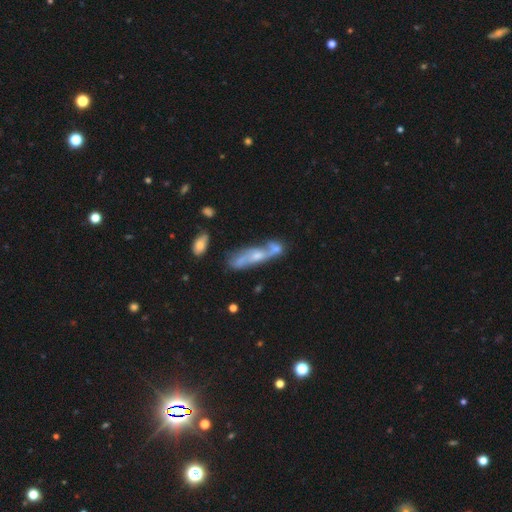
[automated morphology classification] featured or disk 61%, smooth 28%, star or artifact 10%. Down the decision tree: edge-on disk — no (65%); merging — merger (38%).